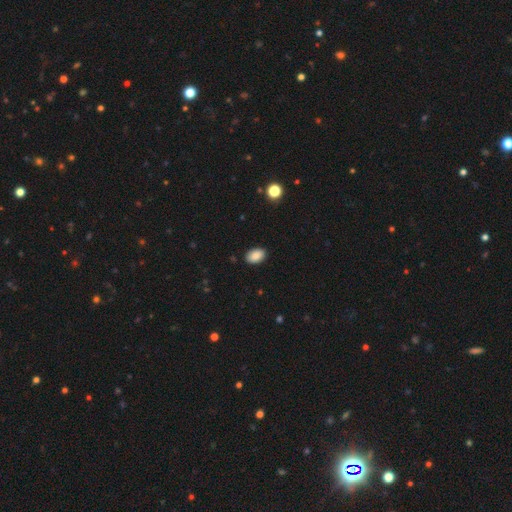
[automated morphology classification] Smooth or featured? smooth (88%)
How rounded? in between (89%)
Merging? none (89%)